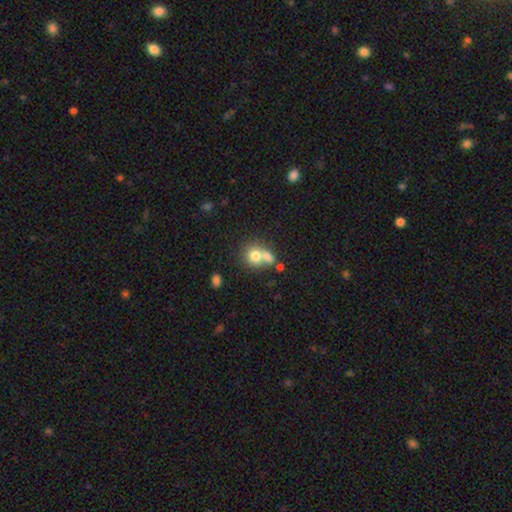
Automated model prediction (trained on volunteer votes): This is likely a smooth galaxy (74%). How rounded: likely round (74%). Merging: possibly merger (57%).